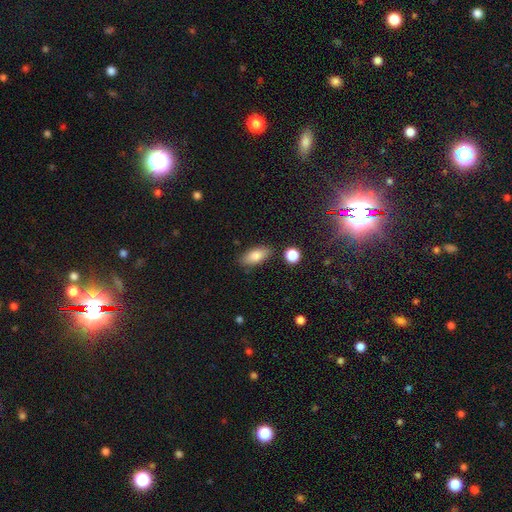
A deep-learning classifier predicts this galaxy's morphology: This appears to be a smooth galaxy with no disk features (82%) that is in between round and cigar-shaped (85%). Merging: none (82%).